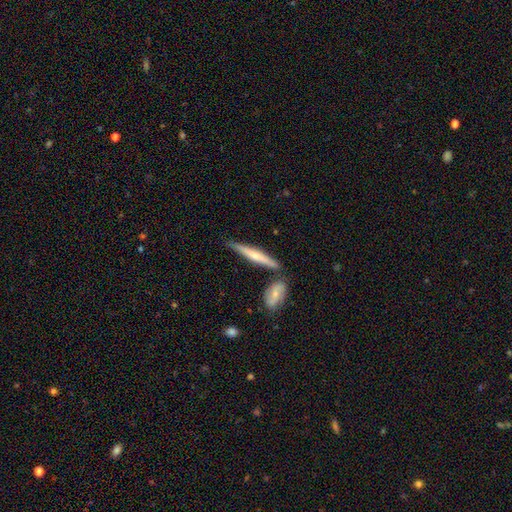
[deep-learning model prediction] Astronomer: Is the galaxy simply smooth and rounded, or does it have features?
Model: featured or disk — 53% (runner-up: smooth, 41%).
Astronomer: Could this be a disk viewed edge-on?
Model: yes — 94%.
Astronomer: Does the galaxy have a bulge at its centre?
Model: rounded — 67%.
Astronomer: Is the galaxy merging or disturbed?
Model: none — 73%.